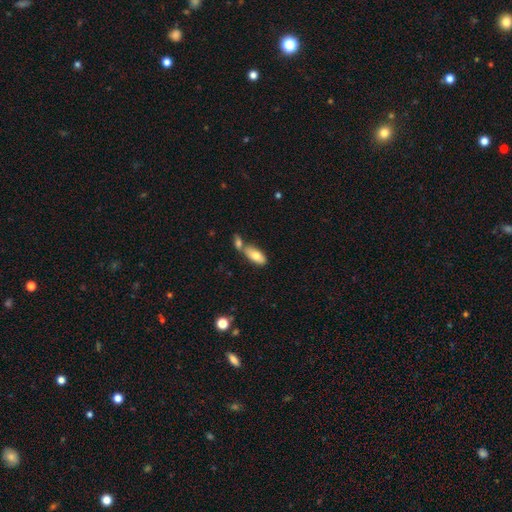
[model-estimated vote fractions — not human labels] Smooth or featured: smooth — 76% (featured or disk — 17%)
How rounded: in between — 88% (cigar-shaped — 10%)
Merging: none — 45% (merger — 39%)